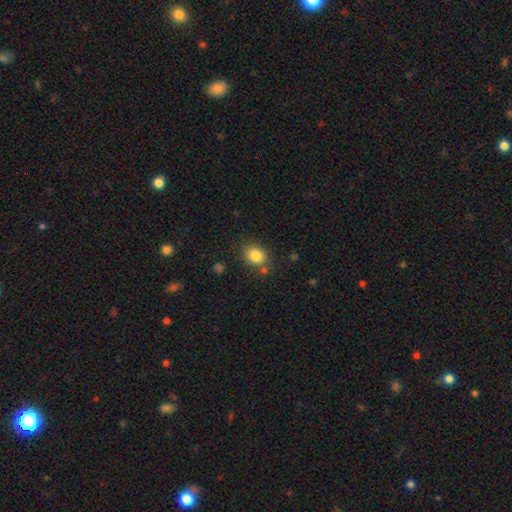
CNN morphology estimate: Overall: smooth (84%). How rounded: in between (51%; round 48%). Merging: none (78%).